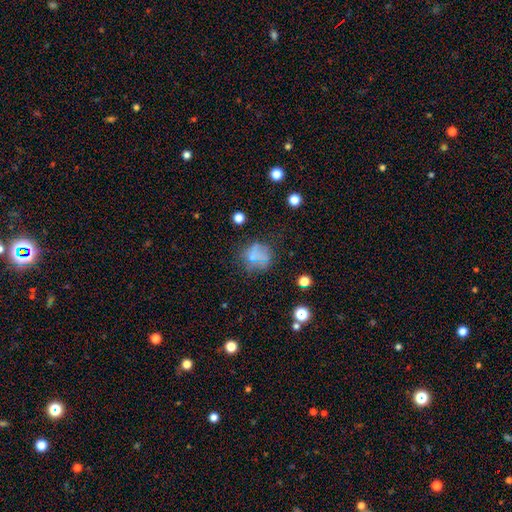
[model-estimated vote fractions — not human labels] Smooth or featured? smooth (60%)
How rounded? round (78%)
Merging? none (56%)